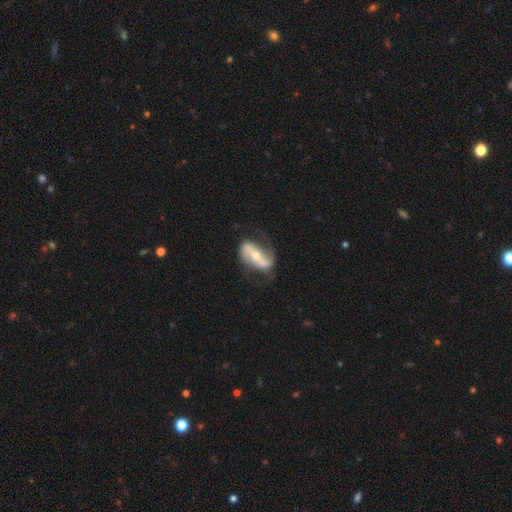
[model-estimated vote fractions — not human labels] This is clearly a featured or disk galaxy (83%). It is clearly not viewed edge-on (93%). Bar: possibly strong (60%). Spiral arm pattern: clearly yes (89%). Spiral arm count: clearly 2 (88%). Spiral winding: possibly loose (54%). Central bulge: possibly moderate (55%). Merging: likely none (64%).